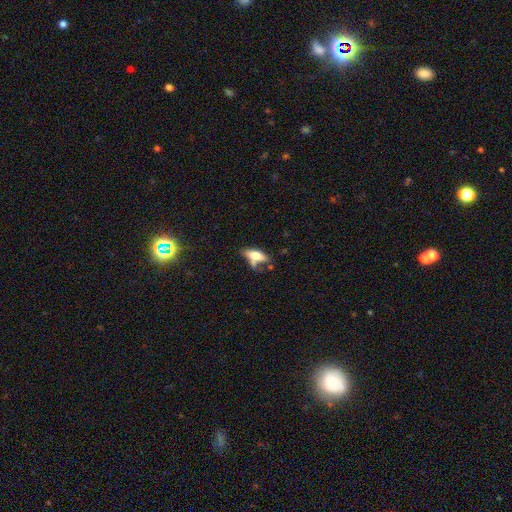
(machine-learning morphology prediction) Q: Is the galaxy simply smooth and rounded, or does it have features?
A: smooth — 61%.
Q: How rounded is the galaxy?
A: in between — 63%.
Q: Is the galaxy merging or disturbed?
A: none — 44%.